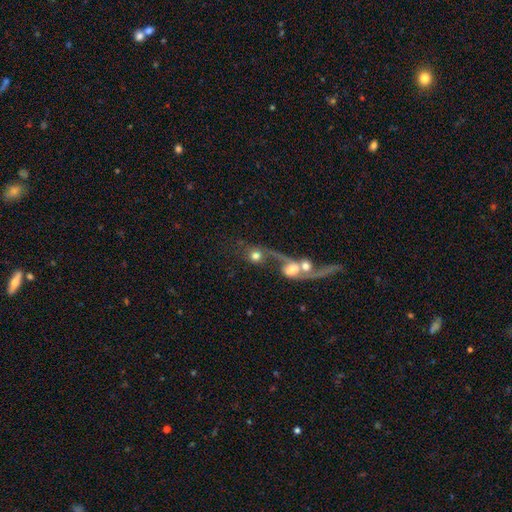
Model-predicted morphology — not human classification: smooth_or_featured: smooth (p=0.59) [alt: featured or disk p=0.31]
how_rounded: round (p=0.80) [alt: in between p=0.18]
merging: merger (p=0.67) [alt: none p=0.15]